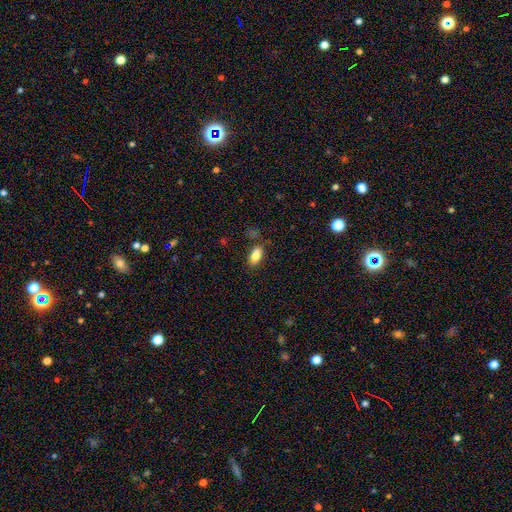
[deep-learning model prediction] smooth 83%, featured or disk 9%, star or artifact 8%. Down the decision tree: how rounded — in between (90%); merging — none (78%).